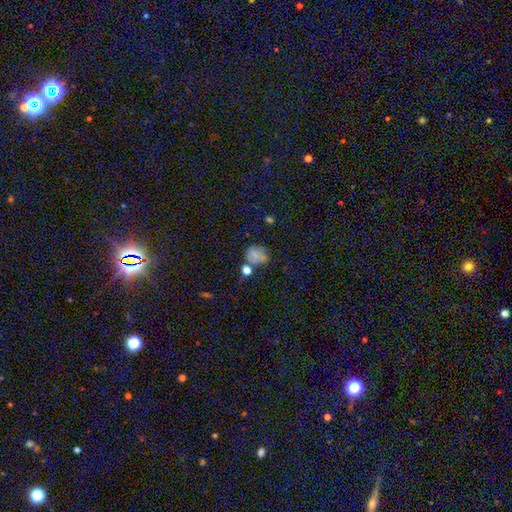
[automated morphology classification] Overall: smooth (71%). How rounded: round (69%; in between 30%). Merging: none (48%; minor disturbance 21%).